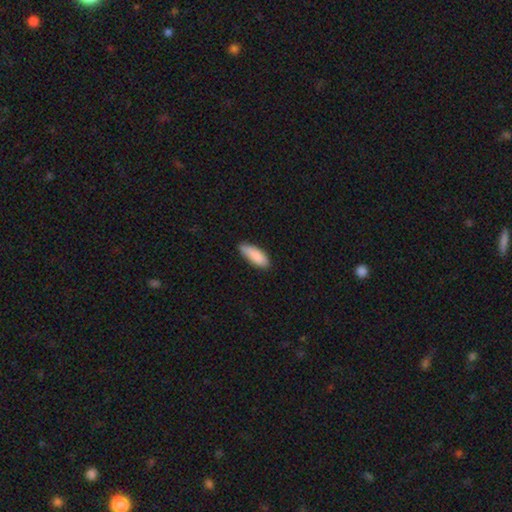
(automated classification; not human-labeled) The model was most divided on "how rounded": in between: 73%, cigar-shaped: 26%, round: 2%. More confident: smooth or featured — smooth (88%); merging — none (76%).